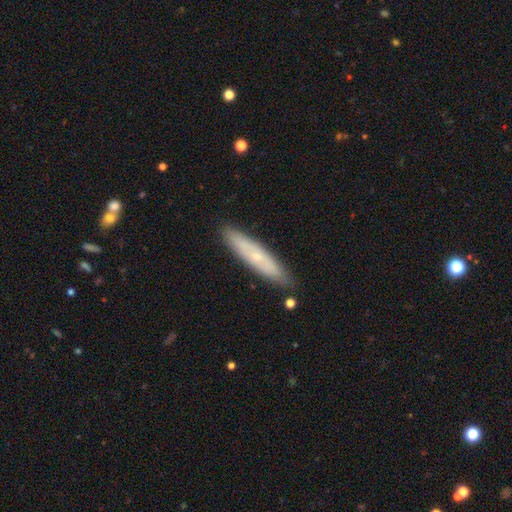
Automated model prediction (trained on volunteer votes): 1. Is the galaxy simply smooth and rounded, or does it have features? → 47% featured or disk, 46% smooth, 7% star or artifact.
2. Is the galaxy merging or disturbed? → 86% none, 11% minor disturbance, 2% major disturbance, 2% merger.